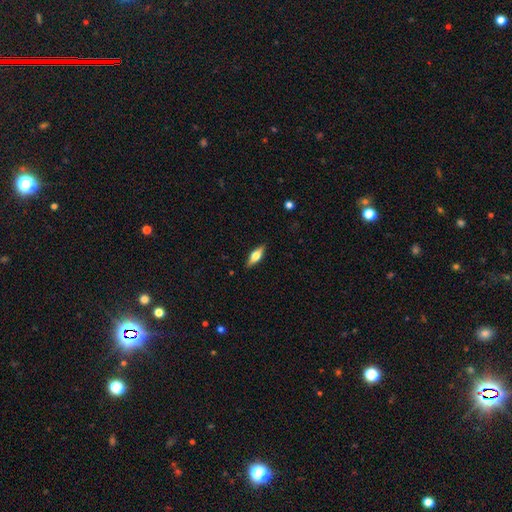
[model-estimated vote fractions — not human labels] A smooth galaxy with no disk features (52%) that is in between round and cigar-shaped (58%). Merging: none (88%).